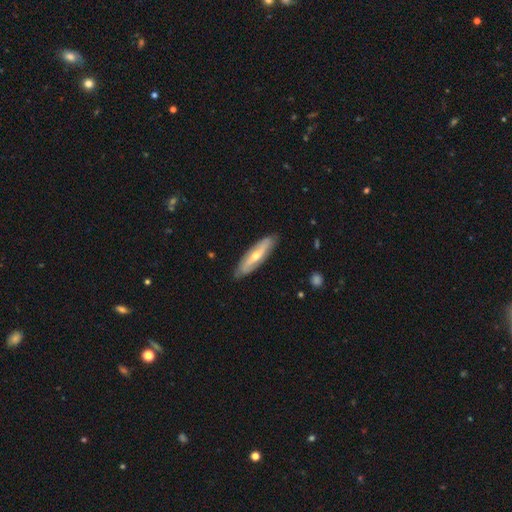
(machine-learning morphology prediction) featured or disk 62%, smooth 33%, star or artifact 5%. Down the decision tree: edge-on disk — yes (50%, tied with no); merging — none (86%).